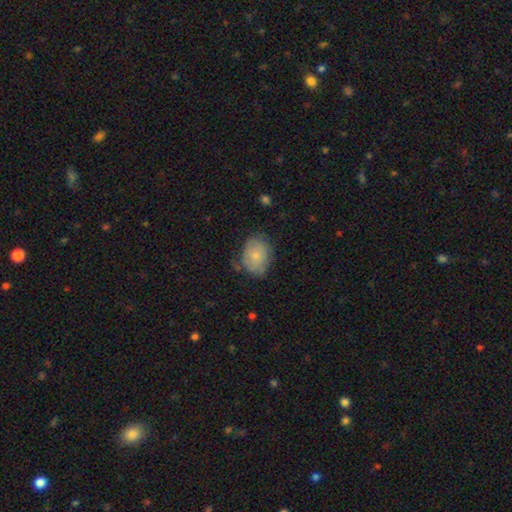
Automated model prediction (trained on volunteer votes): A smooth galaxy with no disk features (70%) that is in between round and cigar-shaped (63%).

Vote fractions:
- Smooth or featured? smooth: 70% / featured or disk: 23% / star or artifact: 7%
- How rounded? in between: 63% / round: 36% / cigar-shaped: 1%
- Merging? none: 60% / minor disturbance: 28% / major disturbance: 9% / merger: 2%